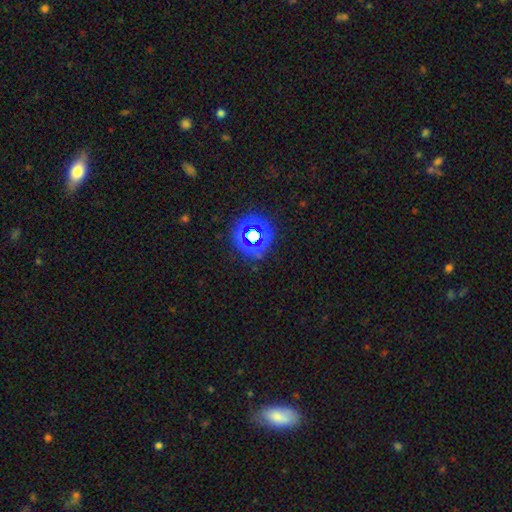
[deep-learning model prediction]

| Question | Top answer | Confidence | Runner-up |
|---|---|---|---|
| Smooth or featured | smooth | 52% | star or artifact (38%) |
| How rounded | round | 85% | in between (12%) |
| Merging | none | 88% | minor disturbance (7%) |